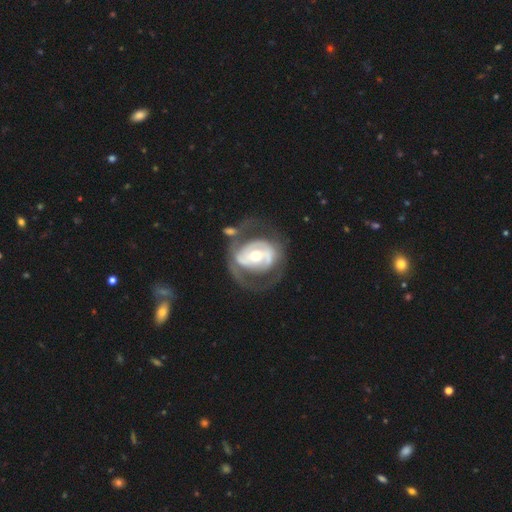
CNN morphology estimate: Smooth or featured? featured or disk (79%)
Edge-on disk? no (96%)
Bar? no (42%)
Spiral arms? yes (70%)
Spiral winding? tight (42%)
Spiral arm count? 2 (66%)
Bulge size? moderate (62%)
Merging? none (48%)